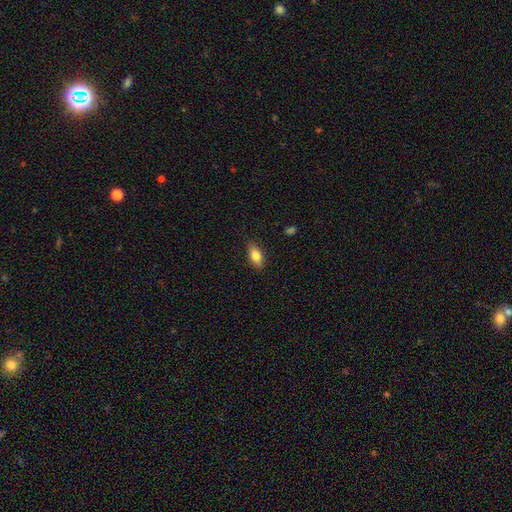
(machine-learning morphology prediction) Overall: smooth (82%). How rounded: in between (87%). Merging: none (86%).